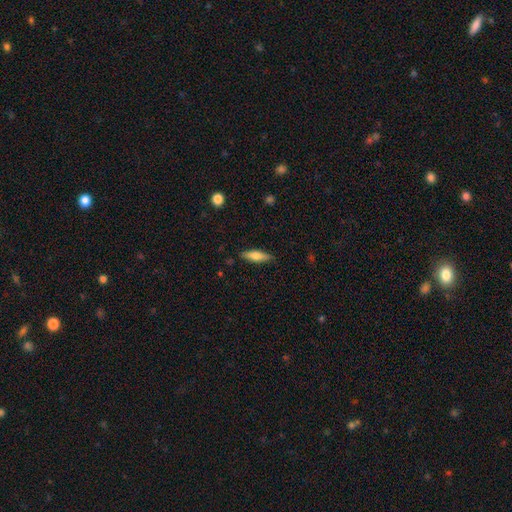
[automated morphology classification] The model was most divided on "how rounded": cigar-shaped: 61%, in between: 37%, round: 2%. More confident: merging — none (86%); smooth or featured — smooth (67%).